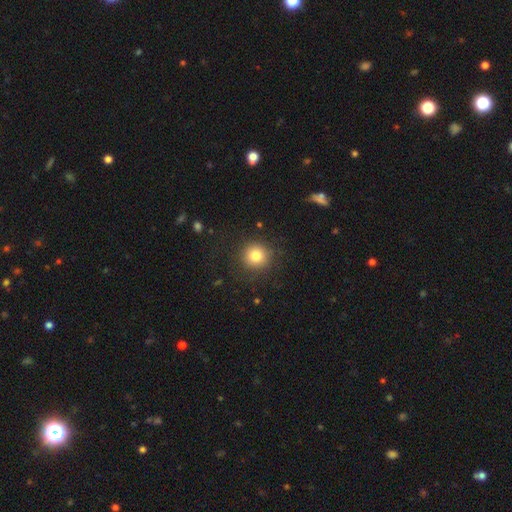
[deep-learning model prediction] smooth-or-featured: smooth: 81% | star or artifact: 11% | featured or disk: 8%
  how-rounded: round: 92% | in between: 7% | cigar-shaped: 1%
  merging: none: 87% | minor disturbance: 8% | major disturbance: 3% | merger: 1%